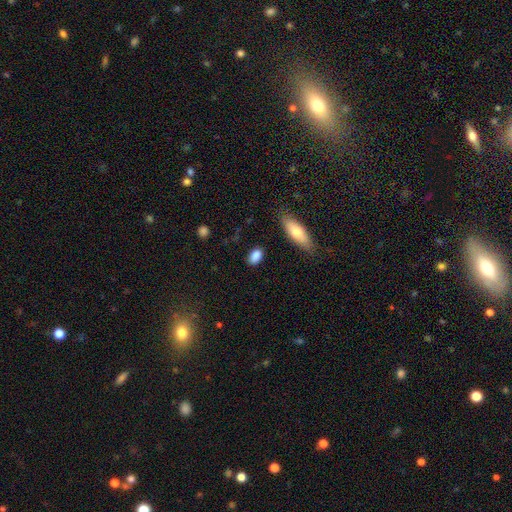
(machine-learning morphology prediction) smooth_or_featured: smooth (p=0.86) [alt: star or artifact p=0.08]
how_rounded: in between (p=0.85) [alt: round p=0.10]
merging: none (p=0.84) [alt: minor disturbance p=0.11]